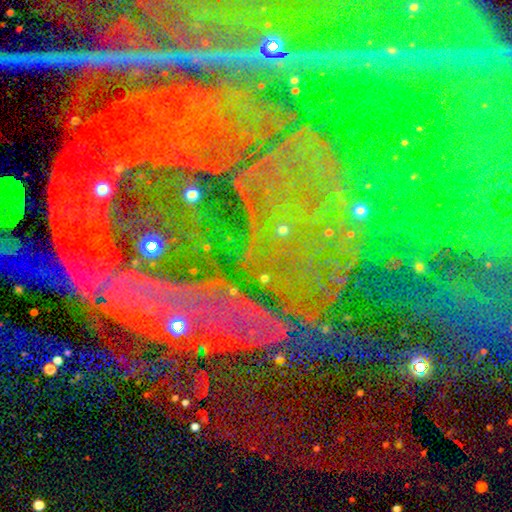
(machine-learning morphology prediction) Q: Smooth or featured?
A: star or artifact (86%); runner-up: featured or disk (8%)